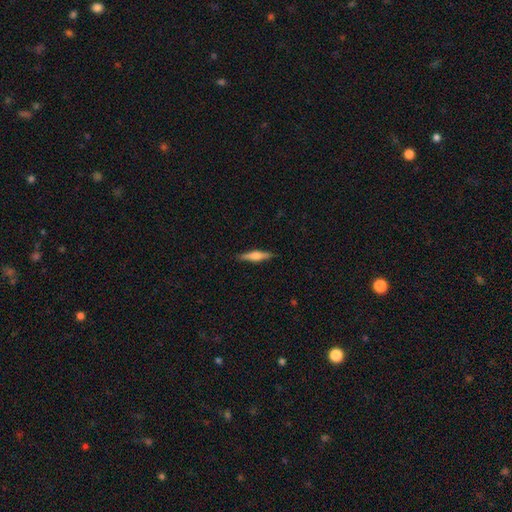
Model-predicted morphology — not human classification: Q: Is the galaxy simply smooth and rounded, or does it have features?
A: featured or disk — 51%.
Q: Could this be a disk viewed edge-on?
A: yes — 96%.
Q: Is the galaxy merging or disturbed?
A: none — 89%.